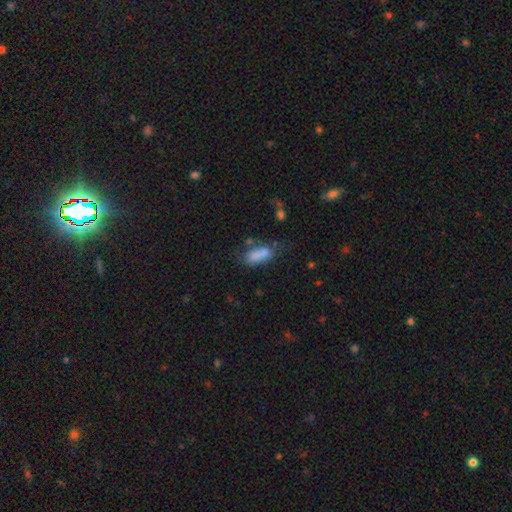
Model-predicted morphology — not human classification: type=smooth (79%); roundness=in between (73%); merging=none (49%).